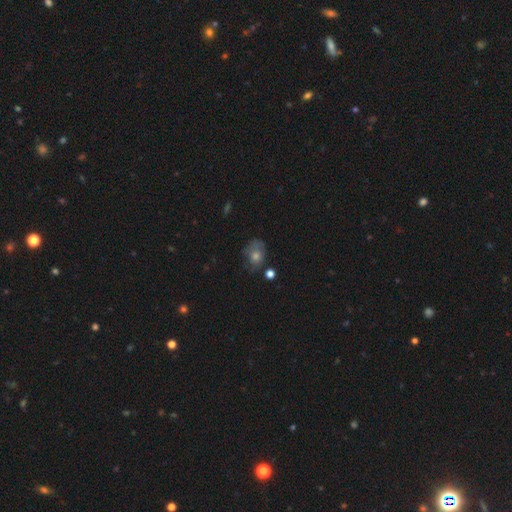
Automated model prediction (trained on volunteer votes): Smooth or featured? Predicted: smooth (p=0.55). How rounded? Predicted: in between (p=0.59). Merging? Predicted: none (p=0.57).